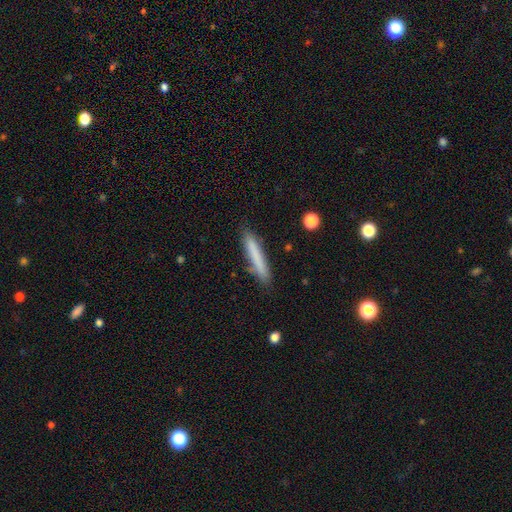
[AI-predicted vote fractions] This appears to be a smooth galaxy with no disk features (77%) that is cigar-shaped (93%). Merging: none (84%).